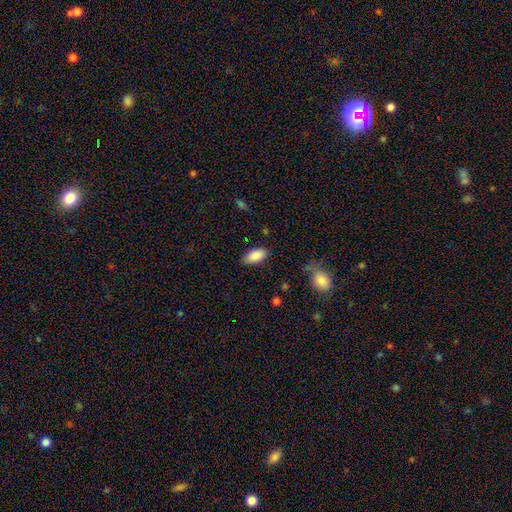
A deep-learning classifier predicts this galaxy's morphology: The model was most divided on "merging": none: 83%, minor disturbance: 13%, major disturbance: 3%, merger: 1%. More confident: how rounded — in between (93%); smooth or featured — smooth (89%).